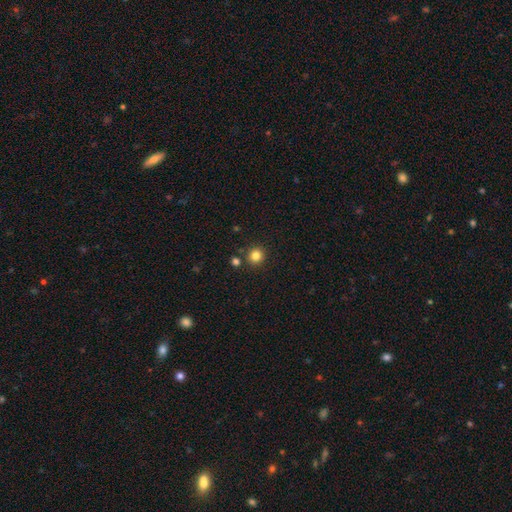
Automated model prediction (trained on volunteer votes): Smooth or featured: smooth — 83% (star or artifact — 12%)
How rounded: round — 93% (in between — 6%)
Merging: none — 87% (minor disturbance — 6%)